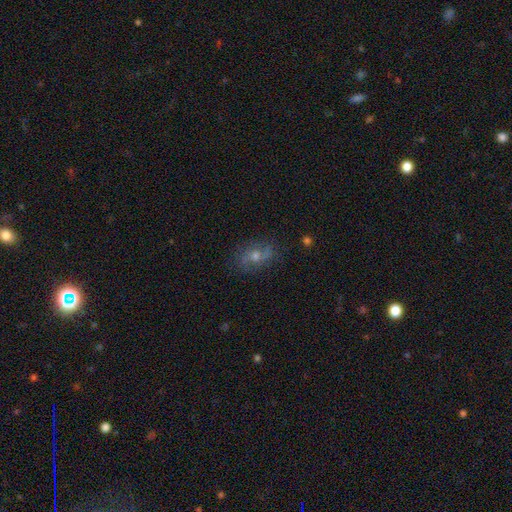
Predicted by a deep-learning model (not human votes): The model was most divided on "bar": no: 61%, weak: 32%, strong: 7%. More confident: edge-on disk — no (93%); spiral arms — yes (84%); merging — none (78%); bulge size — moderate (62%); smooth or featured — featured or disk (60%).